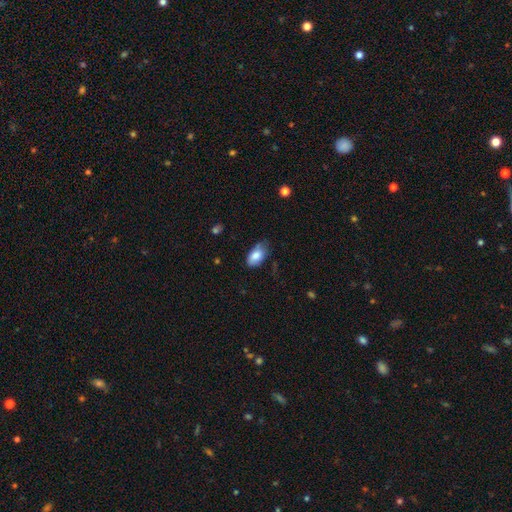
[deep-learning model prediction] Morphology: type=smooth (80%); roundness=in between (93%); merging=none (53%).